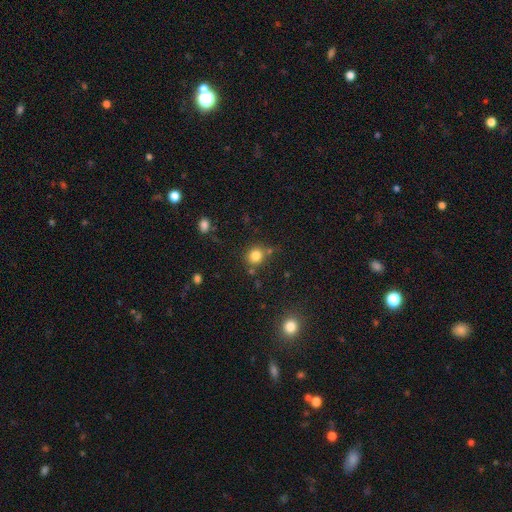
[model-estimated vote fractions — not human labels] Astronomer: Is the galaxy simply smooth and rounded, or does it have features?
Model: smooth — 81%.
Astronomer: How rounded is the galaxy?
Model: round — 86%.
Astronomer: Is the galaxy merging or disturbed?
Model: none — 75%.